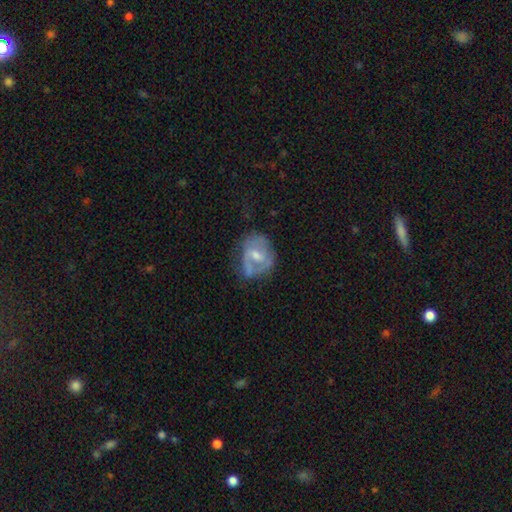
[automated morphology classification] type=featured or disk (66%); edge-on=no (97%); bar=weak (51%); spiral arms=yes (71%); bulge=moderate (55%); merging=none (48%).